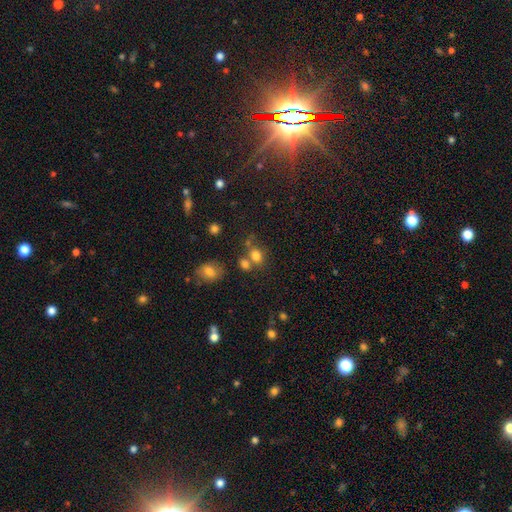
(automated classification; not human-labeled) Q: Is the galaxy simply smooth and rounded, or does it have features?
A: smooth — 78%.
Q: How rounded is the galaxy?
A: round — 57%.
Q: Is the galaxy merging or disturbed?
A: none — 53%.